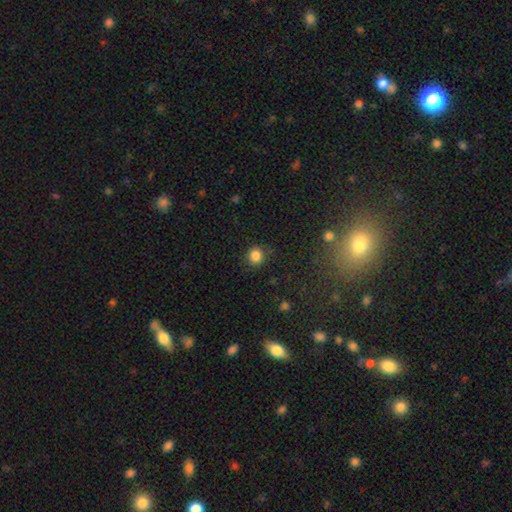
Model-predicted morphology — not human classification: This is clearly a smooth galaxy (85%). How rounded: clearly round (87%). Merging: clearly none (81%).